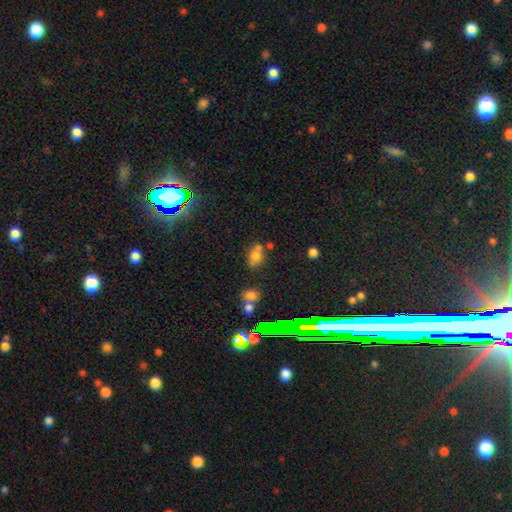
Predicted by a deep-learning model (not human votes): The model was most divided on "merging": none: 53%, merger: 22%, minor disturbance: 18%, major disturbance: 7%. More confident: how rounded — in between (79%); smooth or featured — smooth (69%).